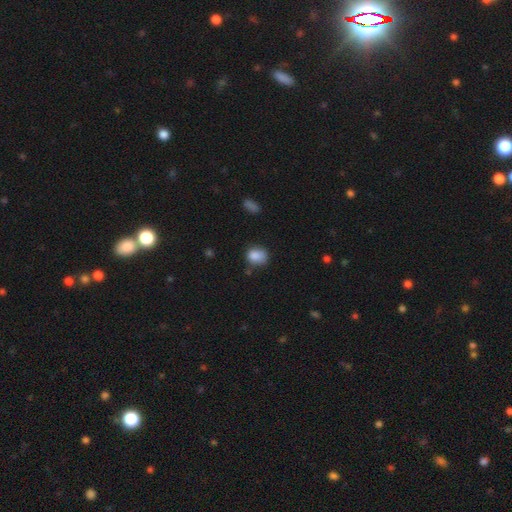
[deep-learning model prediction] Smooth or featured? Predicted: smooth (p=0.84). How rounded? Predicted: in between (p=0.50). Merging? Predicted: none (p=0.59).